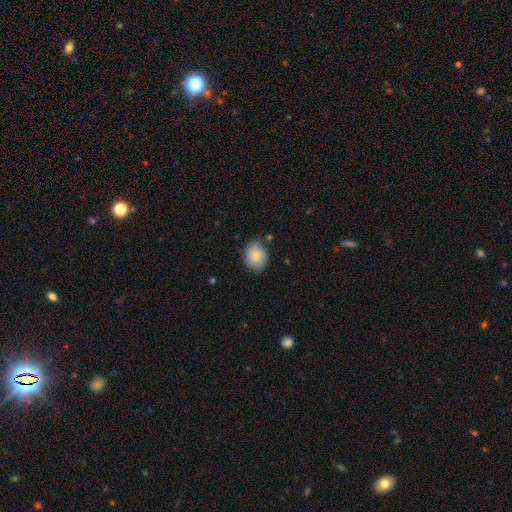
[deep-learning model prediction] A smooth galaxy with no disk features (78%) that is round (52%). Merging: none (69%).